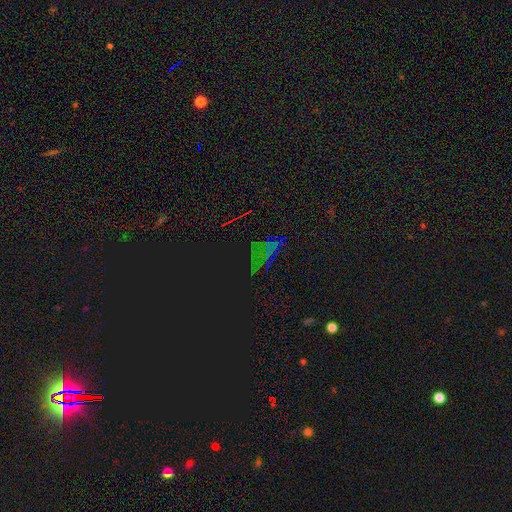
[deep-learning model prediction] Smooth or featured: star or artifact — 70% (smooth — 19%)